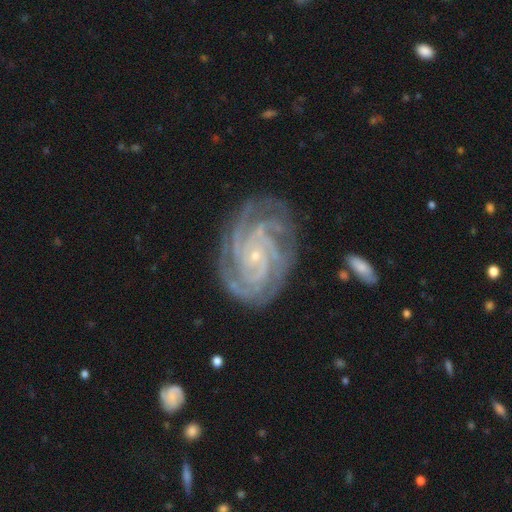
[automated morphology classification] Overall: featured or disk (92%). Edge-on disk: no (98%). Bar: no (72%). Spiral arms: yes (99%). Spiral arm count: 4 (35%; 3 21%). Spiral winding: tight (78%). Bulge size: small (87%). Merging: none (78%).